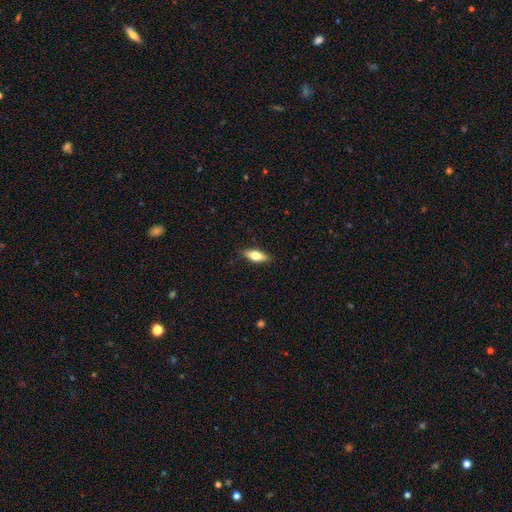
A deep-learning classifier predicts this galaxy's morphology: Smooth or featured: smooth — 66% (featured or disk — 28%)
How rounded: in between — 67% (cigar-shaped — 30%)
Merging: none — 87% (minor disturbance — 10%)